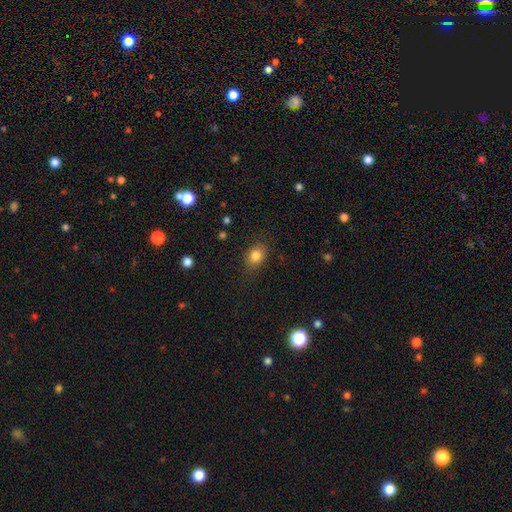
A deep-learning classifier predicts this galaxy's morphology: This appears to be a smooth galaxy with no disk features (83%) that is in between round and cigar-shaped (61%). Merging: none (81%).